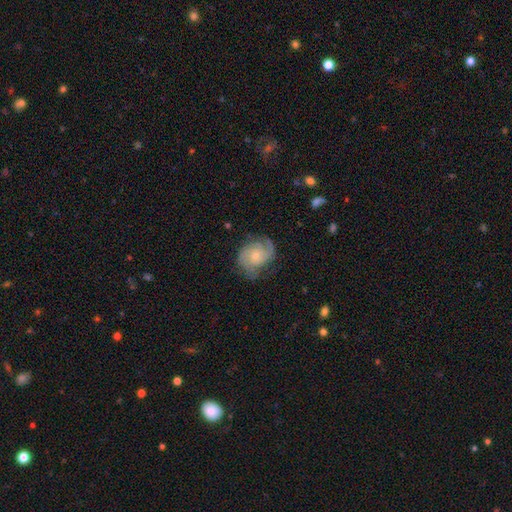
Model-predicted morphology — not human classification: Q: Smooth or featured?
A: featured or disk (83%); runner-up: smooth (12%)
Q: Edge-on disk?
A: no (98%); runner-up: yes (2%)
Q: Bar?
A: no (73%); runner-up: weak (24%)
Q: Spiral arms?
A: yes (96%); runner-up: no (4%)
Q: Spiral winding?
A: tight (51%); runner-up: medium (39%)
Q: Spiral arm count?
A: 2 (66%); runner-up: 3 (13%)
Q: Bulge size?
A: small (62%); runner-up: moderate (31%)
Q: Merging?
A: none (72%); runner-up: minor disturbance (19%)